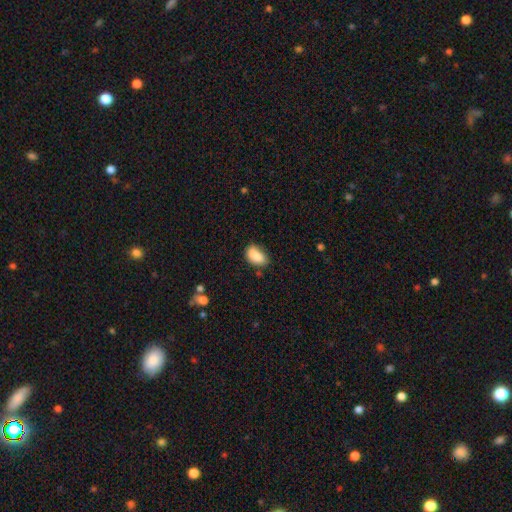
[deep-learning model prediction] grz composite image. It shows a smooth galaxy with no disk features (85%) that is in between round and cigar-shaped (90%). Merging: none (63%).